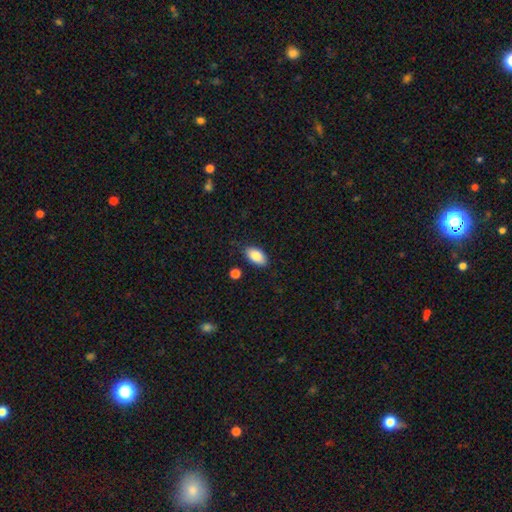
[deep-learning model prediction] This appears to be a smooth galaxy with no disk features (86%) that is in between round and cigar-shaped (93%). Merging: none (82%).